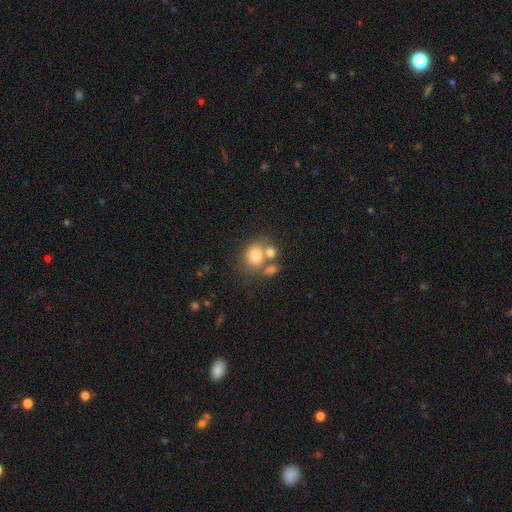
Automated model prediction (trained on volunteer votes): This is likely a smooth galaxy (74%). How rounded: likely round (63%). Merging: marginally none (43%).